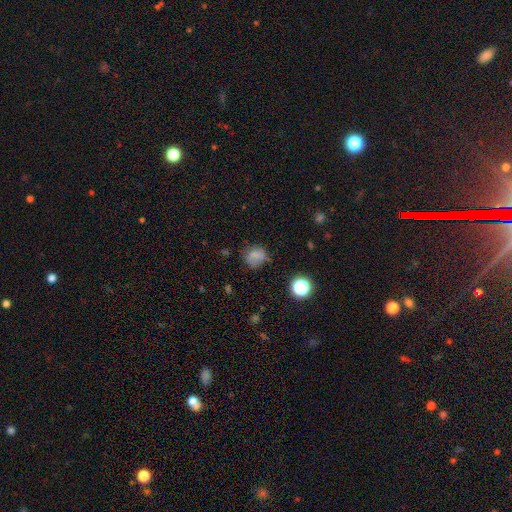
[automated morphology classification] Overall: smooth (70%). How rounded: round (69%; in between 30%). Merging: none (62%; minor disturbance 24%).